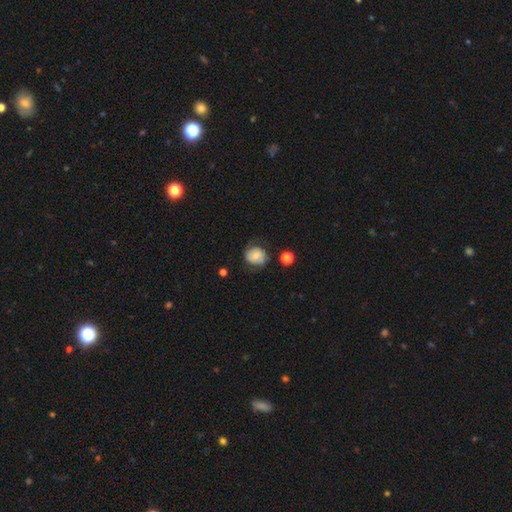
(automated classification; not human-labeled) Q: Smooth or featured?
A: smooth (57%); runner-up: featured or disk (34%)
Q: How rounded?
A: round (73%); runner-up: in between (27%)
Q: Merging?
A: none (64%); runner-up: minor disturbance (24%)